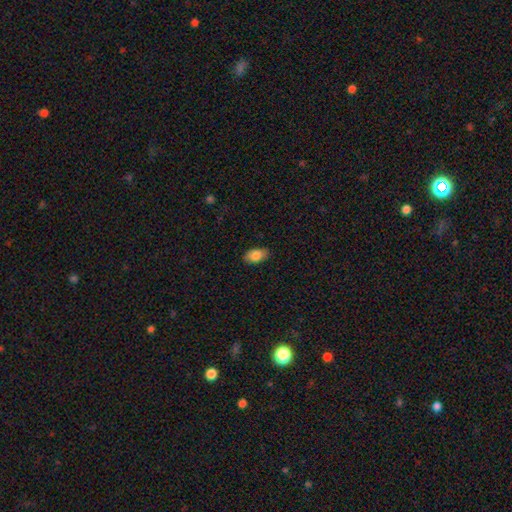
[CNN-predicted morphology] Smooth or featured: smooth — 84% (featured or disk — 8%)
How rounded: in between — 91% (round — 6%)
Merging: none — 84% (minor disturbance — 12%)